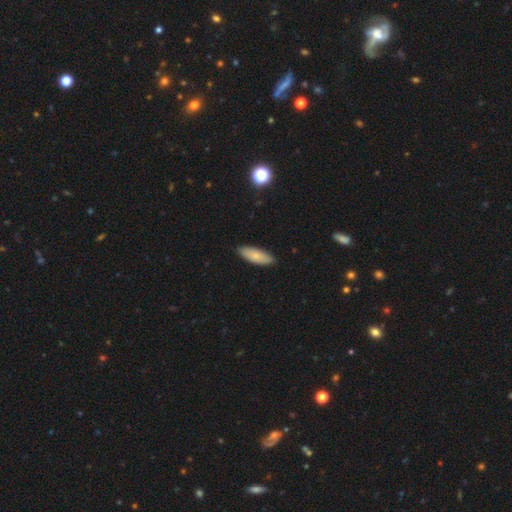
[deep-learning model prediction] A smooth galaxy with no disk features (81%) that is in between round and cigar-shaped (71%).

Vote fractions:
- Smooth or featured? smooth: 81% / featured or disk: 13% / star or artifact: 6%
- How rounded? in between: 71% / cigar-shaped: 27% / round: 2%
- Merging? none: 87% / minor disturbance: 11% / major disturbance: 2% / merger: 1%